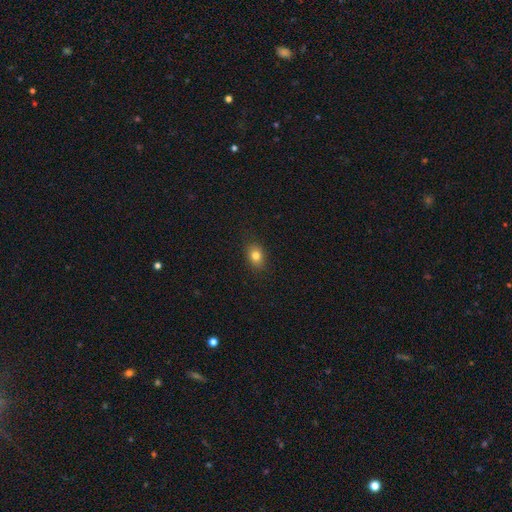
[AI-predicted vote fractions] smooth 81%, star or artifact 11%, featured or disk 8%. Down the decision tree: how rounded — in between (64%); merging — none (87%).